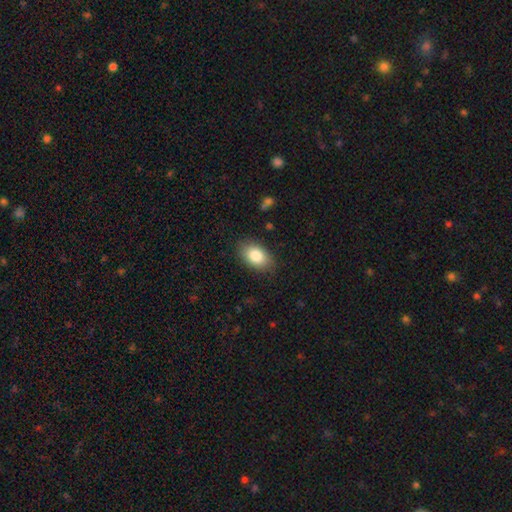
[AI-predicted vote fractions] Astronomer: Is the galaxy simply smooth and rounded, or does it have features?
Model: smooth — 84%.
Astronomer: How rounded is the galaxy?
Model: in between — 90%.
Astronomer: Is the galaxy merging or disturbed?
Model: none — 84%.